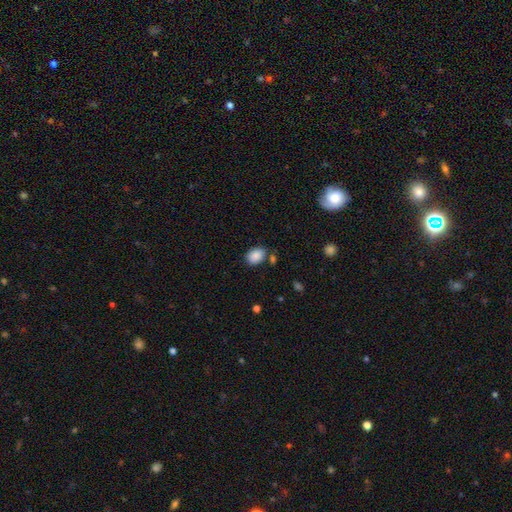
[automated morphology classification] Overall: smooth (88%). How rounded: in between (77%). Merging: none (76%).